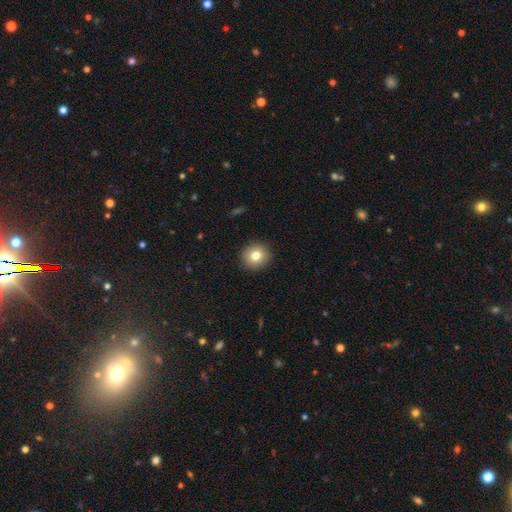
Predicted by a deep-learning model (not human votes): Q: Smooth or featured?
A: smooth (79%); runner-up: featured or disk (11%)
Q: How rounded?
A: round (90%); runner-up: in between (9%)
Q: Merging?
A: none (92%); runner-up: minor disturbance (5%)